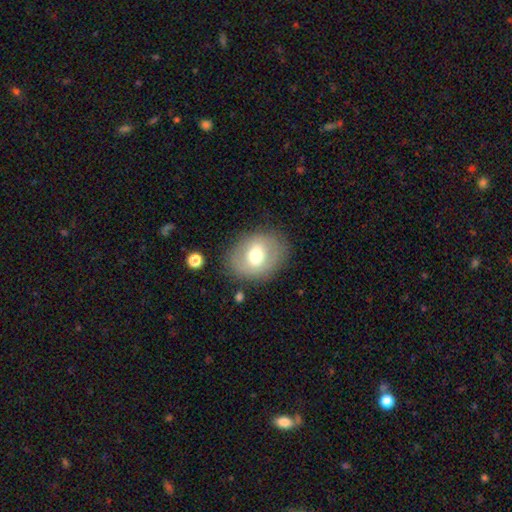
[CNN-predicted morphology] smooth_or_featured: smooth (p=0.62) [alt: featured or disk p=0.29]
how_rounded: in between (p=0.51) [alt: round p=0.49]
merging: none (p=0.78) [alt: minor disturbance p=0.14]